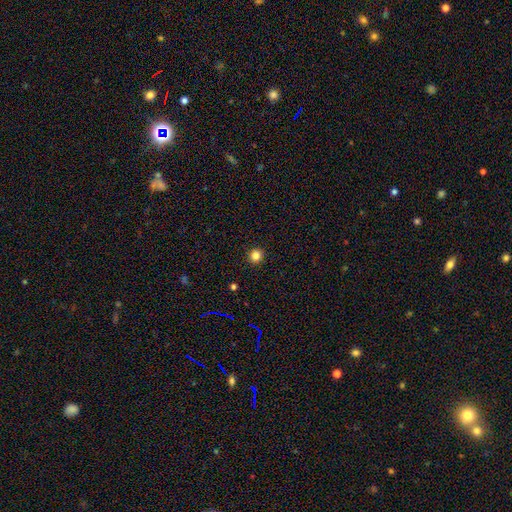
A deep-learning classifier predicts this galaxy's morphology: A smooth galaxy with no disk features (82%) that is round (95%).

Vote fractions:
- Smooth or featured? smooth: 82% / star or artifact: 13% / featured or disk: 4%
- How rounded? round: 95% / in between: 4% / cigar-shaped: 1%
- Merging? none: 93% / minor disturbance: 4% / major disturbance: 1% / merger: 1%